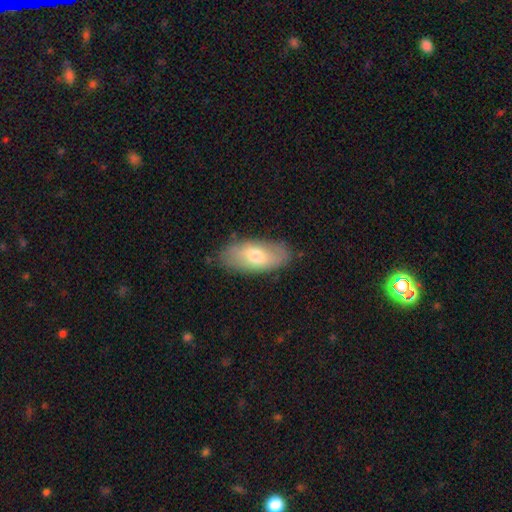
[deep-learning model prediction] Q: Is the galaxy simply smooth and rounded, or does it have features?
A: smooth — 64%.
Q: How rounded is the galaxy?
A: in between — 89%.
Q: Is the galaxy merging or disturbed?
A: none — 81%.